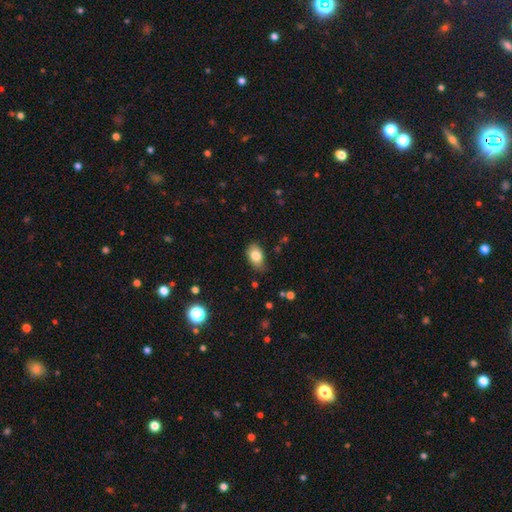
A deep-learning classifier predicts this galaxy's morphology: Q: Smooth or featured?
A: smooth (81%); runner-up: featured or disk (11%)
Q: How rounded?
A: in between (88%); runner-up: round (10%)
Q: Merging?
A: none (73%); runner-up: minor disturbance (22%)